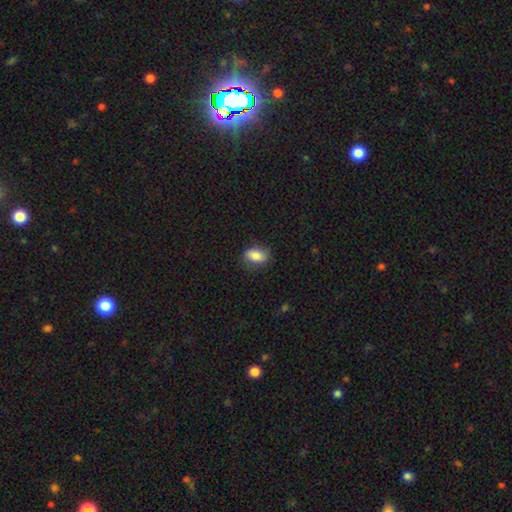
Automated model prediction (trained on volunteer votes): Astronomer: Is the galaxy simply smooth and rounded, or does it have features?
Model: smooth — 80%.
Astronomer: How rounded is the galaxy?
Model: in between — 85%.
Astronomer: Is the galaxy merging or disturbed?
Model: none — 77%.